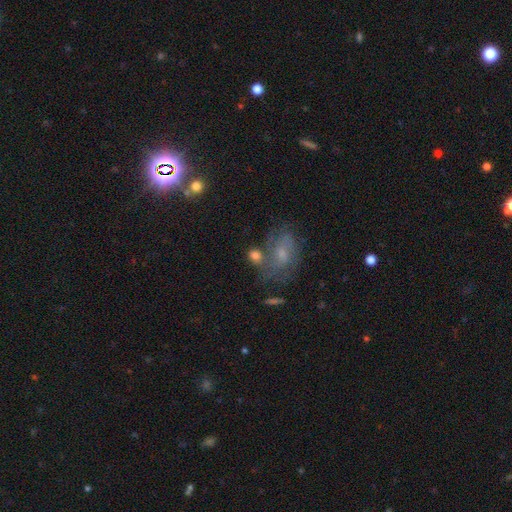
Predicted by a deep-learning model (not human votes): A smooth galaxy with no disk features (65%) that is round (51%).

Vote fractions:
- Smooth or featured? smooth: 65% / featured or disk: 24% / star or artifact: 12%
- How rounded? round: 51% / in between: 46% / cigar-shaped: 3%
- Merging? none: 50% / merger: 23% / minor disturbance: 17% / major disturbance: 10%